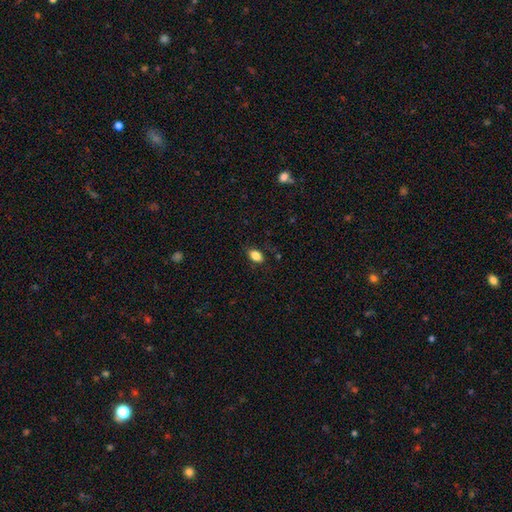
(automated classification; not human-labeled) Overall: smooth (85%). How rounded: in between (86%). Merging: none (83%).